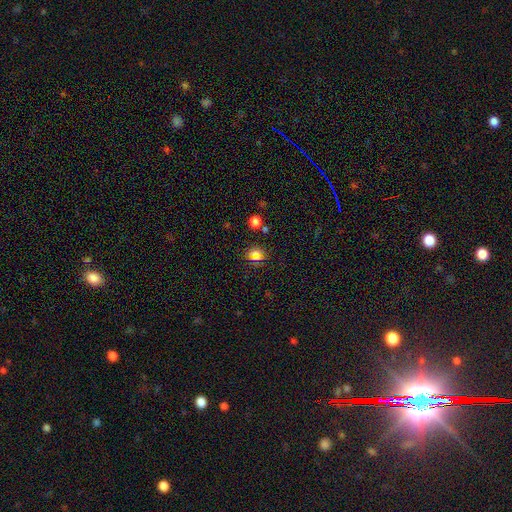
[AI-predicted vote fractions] Q: Smooth or featured?
A: star or artifact (49%); runner-up: smooth (41%)